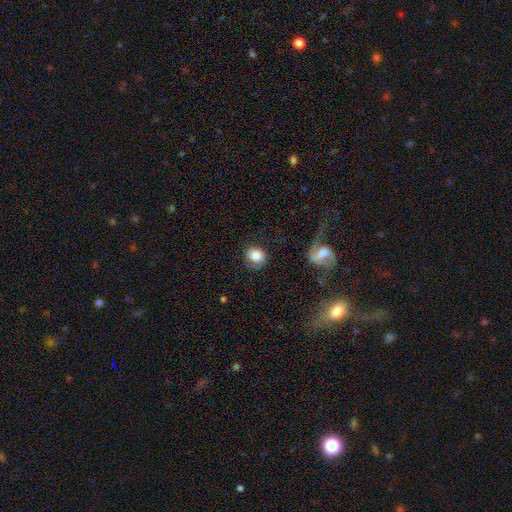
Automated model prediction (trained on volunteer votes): Overall: smooth (82%). How rounded: round (75%). Merging: none (62%; minor disturbance 22%).